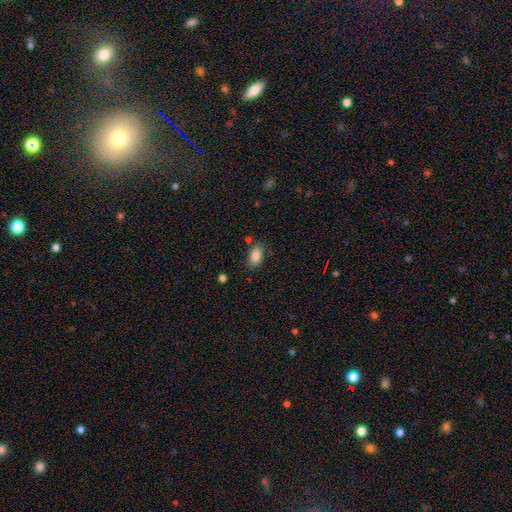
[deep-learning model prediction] The model was most divided on "merging": none: 79%, minor disturbance: 14%, merger: 4%, major disturbance: 3%. More confident: how rounded — in between (90%); smooth or featured — smooth (85%).